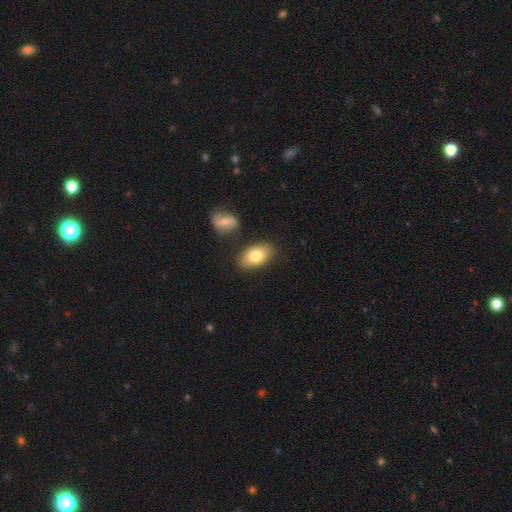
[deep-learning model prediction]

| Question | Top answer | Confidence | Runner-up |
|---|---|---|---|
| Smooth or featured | smooth | 80% | featured or disk (14%) |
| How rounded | in between | 92% | round (6%) |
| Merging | none | 80% | minor disturbance (12%) |